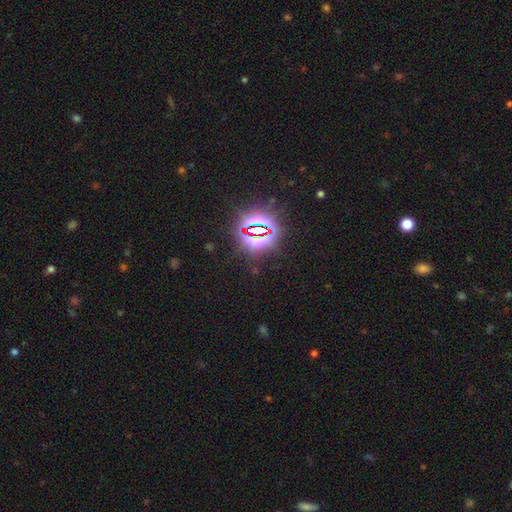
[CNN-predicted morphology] Smooth or featured? star or artifact (83%)